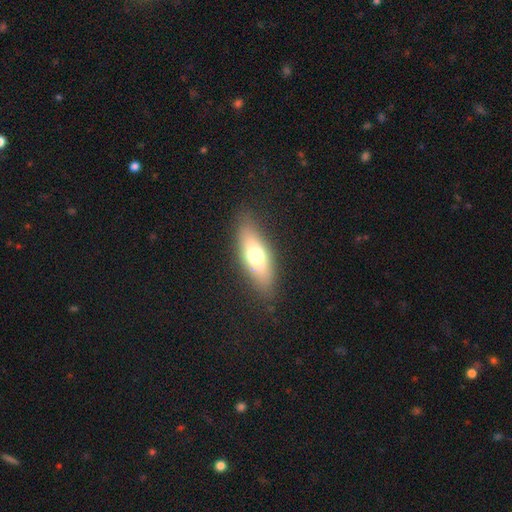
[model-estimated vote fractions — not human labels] Smooth or featured: smooth — 64% (featured or disk — 28%)
How rounded: in between — 66% (cigar-shaped — 30%)
Merging: none — 84% (minor disturbance — 11%)